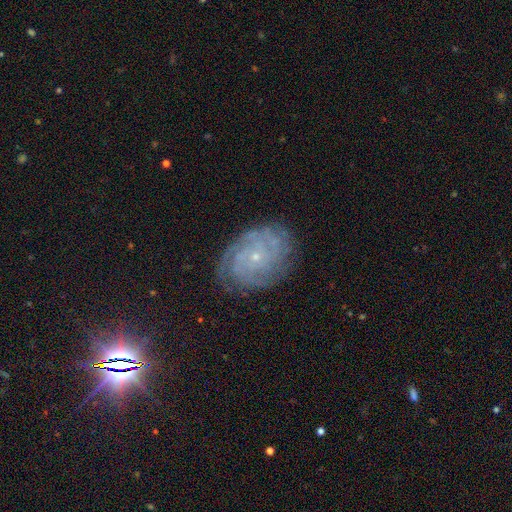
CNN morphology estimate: The model was most divided on "spiral arm count": can't tell: 26%, 4: 22%, 3: 16%, more than 4: 16%, 2: 12%, 1: 8%. More confident: spiral arms — yes (97%); edge-on disk — no (97%); bulge size — small (87%); merging — none (82%); smooth or featured — featured or disk (81%); bar — no (80%); spiral winding — tight (80%).